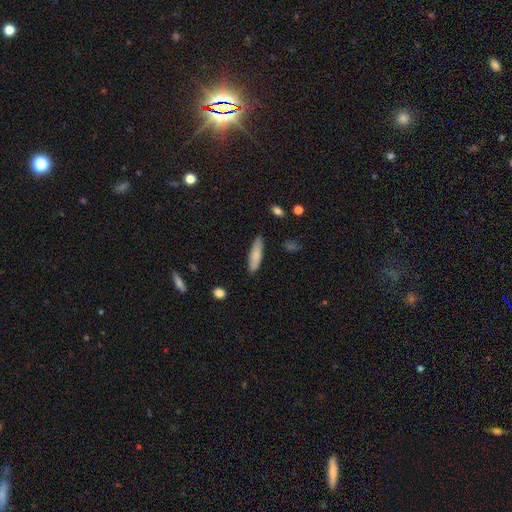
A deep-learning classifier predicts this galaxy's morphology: smooth 80%, featured or disk 14%, star or artifact 6%. Down the decision tree: how rounded — cigar-shaped (72%); merging — none (82%).